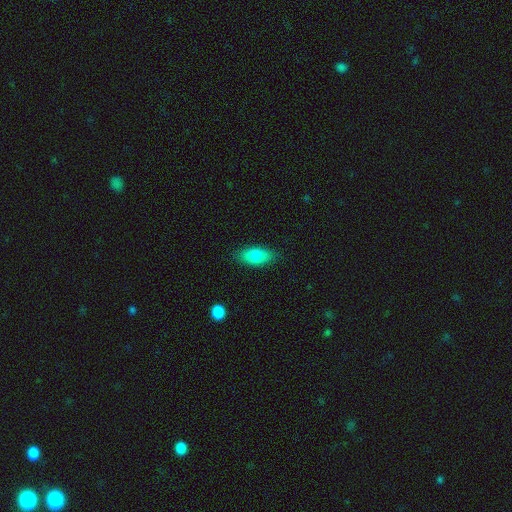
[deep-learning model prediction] This is clearly a smooth galaxy (81%). How rounded: clearly in between (85%). Merging: clearly none (85%).